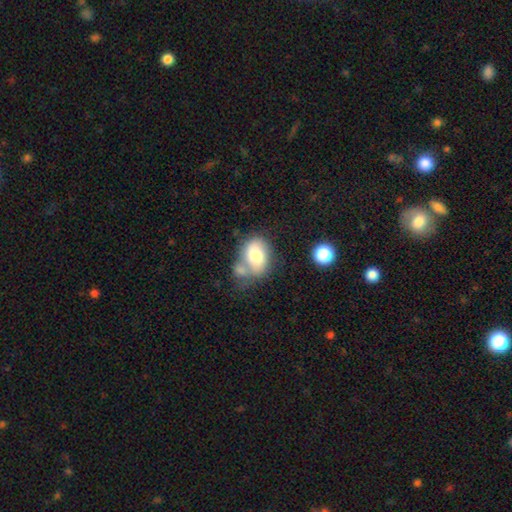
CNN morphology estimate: Smooth or featured? Predicted: smooth (p=0.70). How rounded? Predicted: in between (p=0.77). Merging? Predicted: none (p=0.36).